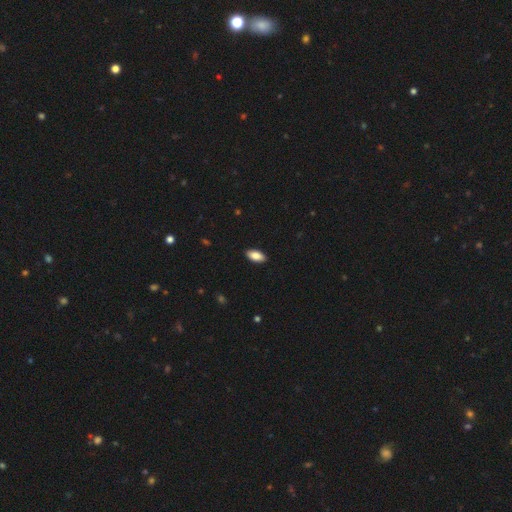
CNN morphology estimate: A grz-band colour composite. It shows a smooth galaxy with no disk features (87%) that is in between round and cigar-shaped (92%). Merging: none (90%).